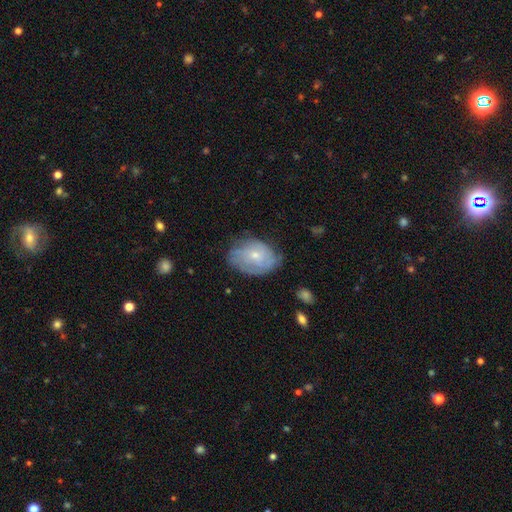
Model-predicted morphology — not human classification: The model was most divided on "smooth or featured": featured or disk: 53%, smooth: 40%, star or artifact: 7%. More confident: edge-on disk — no (96%); bar — no (78%); spiral arms — yes (72%); bulge size — small (66%); merging — none (61%).